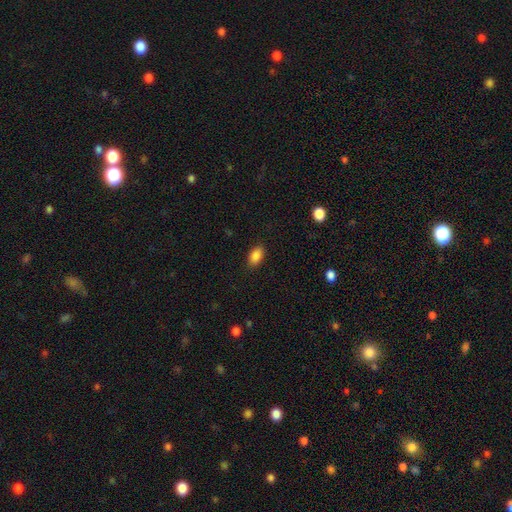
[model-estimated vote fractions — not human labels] This is clearly a smooth galaxy (87%). How rounded: clearly in between (90%). Merging: clearly none (87%).